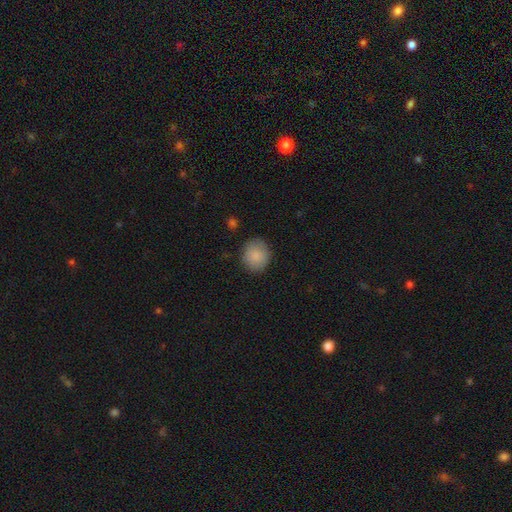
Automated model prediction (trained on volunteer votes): Smooth or featured? Predicted: smooth (p=0.87). How rounded? Predicted: round (p=0.75). Merging? Predicted: none (p=0.83).